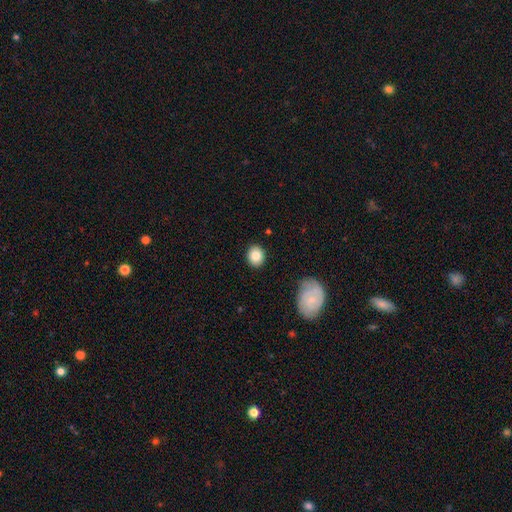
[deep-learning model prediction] Morphology: type=smooth (83%); roundness=round (70%); merging=none (88%).